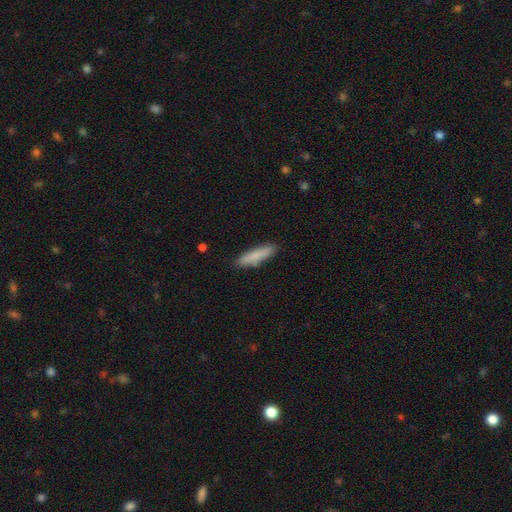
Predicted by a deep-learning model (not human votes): A smooth galaxy with no disk features (84%) that is cigar-shaped (83%). Merging: none (87%).